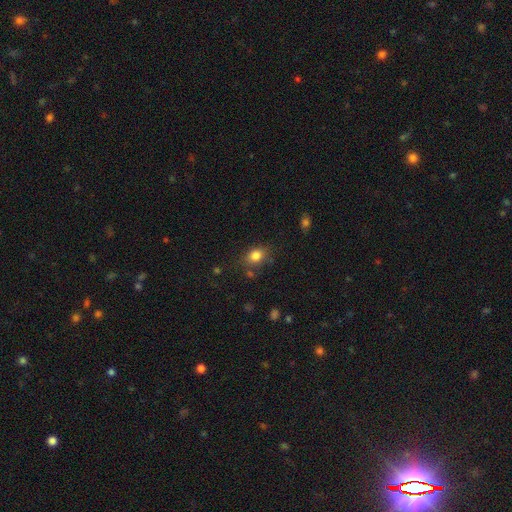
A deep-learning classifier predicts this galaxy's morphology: This is clearly a smooth galaxy (82%). How rounded: possibly in between (54%). Merging: likely none (73%).